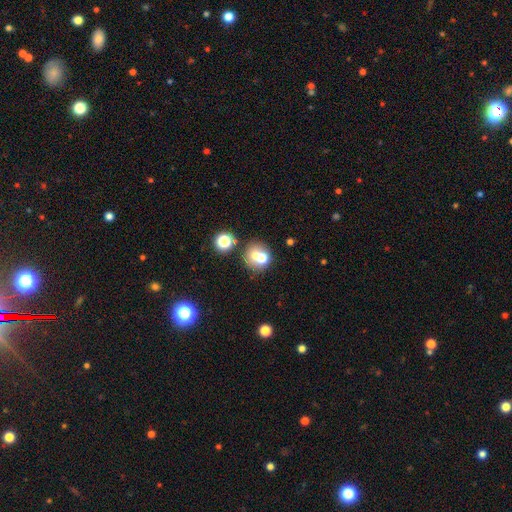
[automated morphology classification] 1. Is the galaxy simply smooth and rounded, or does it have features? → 65% smooth, 21% featured or disk, 14% star or artifact.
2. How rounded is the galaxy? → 84% round, 15% in between, 1% cigar-shaped.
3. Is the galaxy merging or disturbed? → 44% none (tied), 44% merger (tied), 7% minor disturbance, 4% major disturbance.